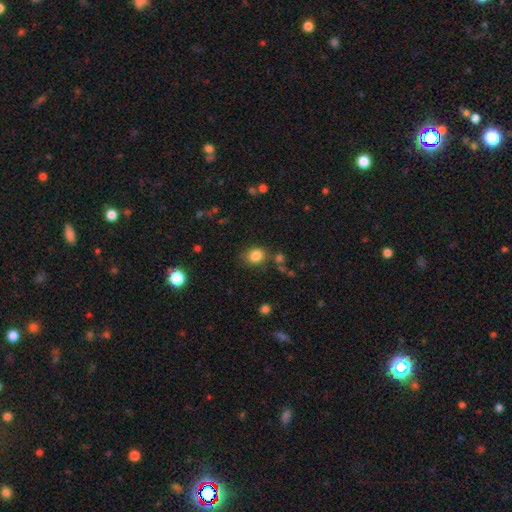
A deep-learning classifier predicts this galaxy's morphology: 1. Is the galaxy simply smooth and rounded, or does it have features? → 84% smooth, 11% star or artifact, 6% featured or disk.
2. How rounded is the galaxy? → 55% round, 44% in between, 1% cigar-shaped.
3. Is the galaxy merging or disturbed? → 72% none, 16% minor disturbance, 6% merger, 6% major disturbance.